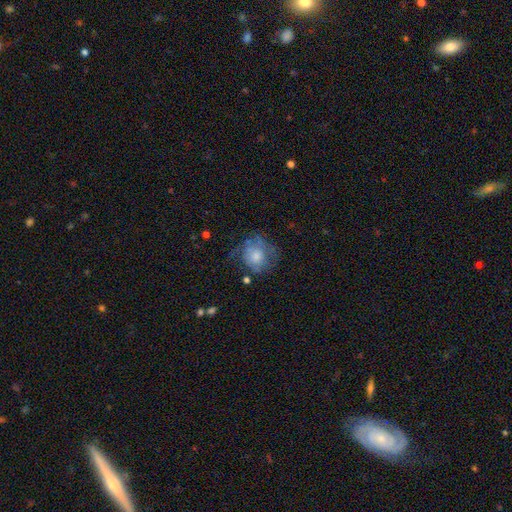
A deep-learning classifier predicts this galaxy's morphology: This is possibly a smooth galaxy (55%). How rounded: likely round (75%). Merging: marginally none (45%).